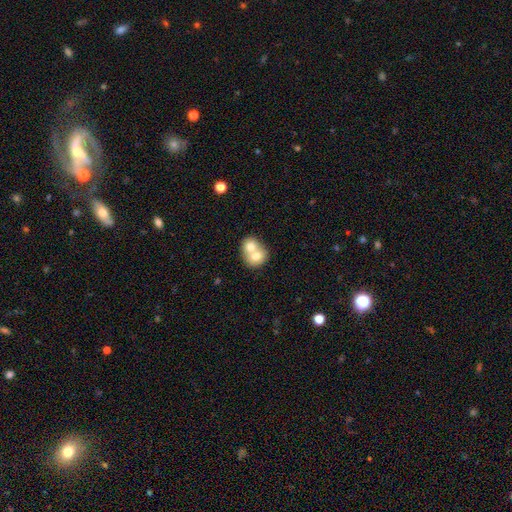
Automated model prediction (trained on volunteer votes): A smooth galaxy with no disk features (67%) that is round (66%).

Vote fractions:
- Smooth or featured? smooth: 67% / featured or disk: 25% / star or artifact: 8%
- How rounded? round: 66% / in between: 33% / cigar-shaped: 1%
- Merging? merger: 73% / none: 21% / minor disturbance: 5% / major disturbance: 2%